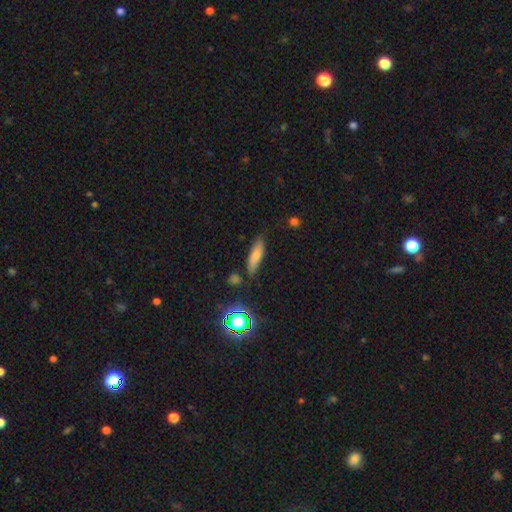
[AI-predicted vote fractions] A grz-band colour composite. It shows a smooth galaxy with no disk features (70%) that is cigar-shaped (57%). Merging: none (74%).